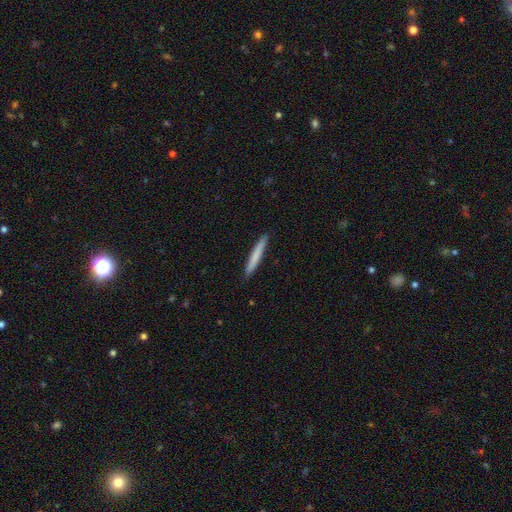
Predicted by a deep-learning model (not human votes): Q: Smooth or featured?
A: smooth (74%); runner-up: featured or disk (21%)
Q: How rounded?
A: cigar-shaped (96%); runner-up: in between (3%)
Q: Merging?
A: none (92%); runner-up: minor disturbance (6%)